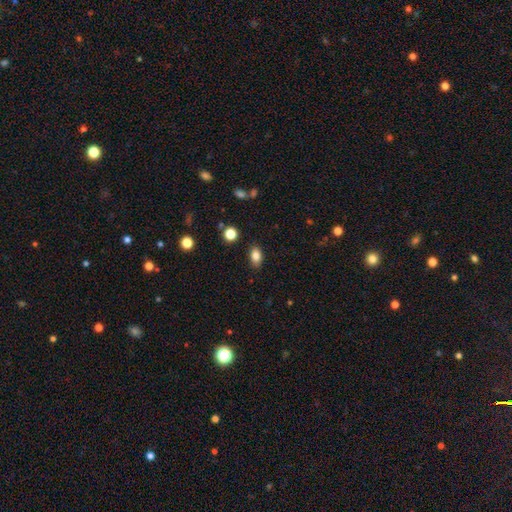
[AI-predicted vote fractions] smooth_or_featured: smooth (p=0.83) [alt: star or artifact p=0.10]
how_rounded: in between (p=0.85) [alt: round p=0.12]
merging: none (p=0.86) [alt: minor disturbance p=0.10]